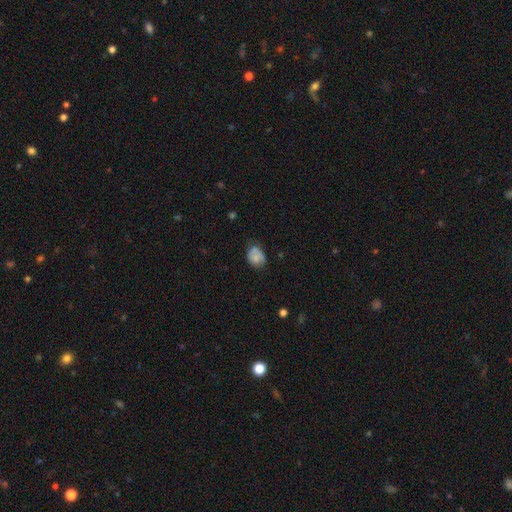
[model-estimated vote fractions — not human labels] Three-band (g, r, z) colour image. It shows a smooth galaxy with no disk features (73%) that is in between round and cigar-shaped (55%). Merging: none (56%).